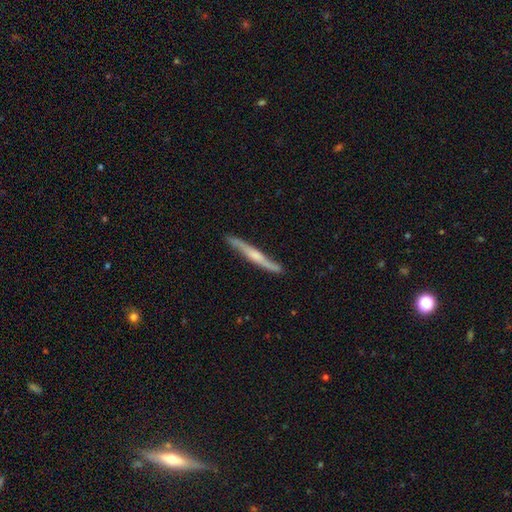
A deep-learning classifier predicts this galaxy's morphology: smooth_or_featured: featured or disk (p=0.65) [alt: smooth p=0.30]
disk_edge_on: yes (p=0.87) [alt: no p=0.13]
edge_on_bulge: rounded (p=0.57) [alt: none p=0.30]
merging: none (p=0.81) [alt: minor disturbance p=0.14]